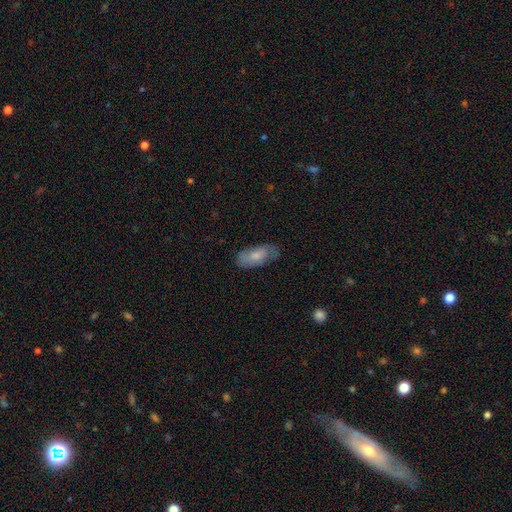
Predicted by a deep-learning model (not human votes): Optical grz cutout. It shows a smooth galaxy with no disk features (69%) that is in between round and cigar-shaped (87%). Merging: none (69%).